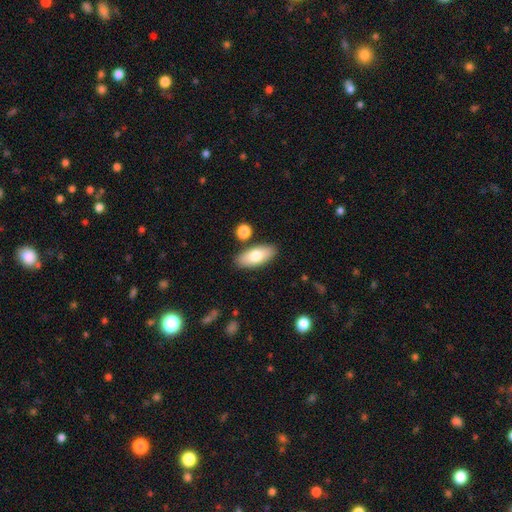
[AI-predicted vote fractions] smooth-or-featured: smooth: 74% | featured or disk: 19% | star or artifact: 6%
  how-rounded: in between: 84% | cigar-shaped: 13% | round: 3%
  merging: none: 84% | minor disturbance: 9% | merger: 5% | major disturbance: 2%